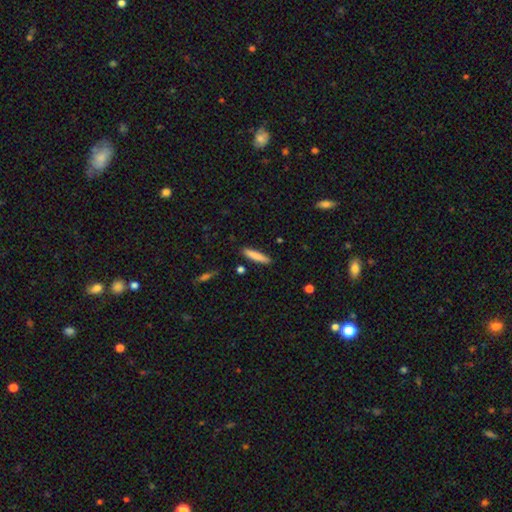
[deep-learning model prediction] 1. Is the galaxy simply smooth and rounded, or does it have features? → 82% smooth, 12% featured or disk, 6% star or artifact.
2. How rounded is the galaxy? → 88% cigar-shaped, 10% in between, 1% round.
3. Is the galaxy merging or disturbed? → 89% none, 8% minor disturbance, 2% merger, 2% major disturbance.